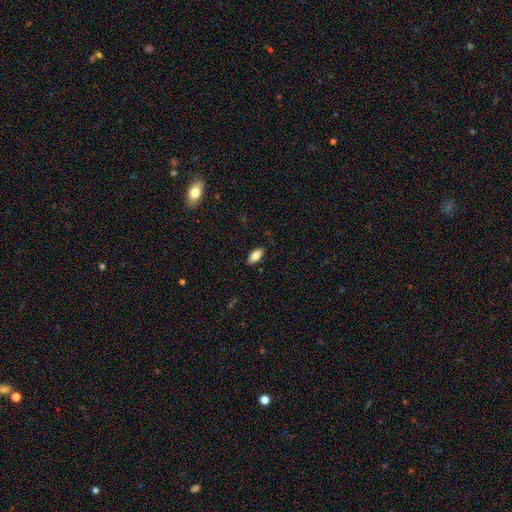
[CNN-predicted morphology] The model was most divided on "merging": none: 85%, minor disturbance: 12%, major disturbance: 2%, merger: 1%. More confident: how rounded — in between (89%); smooth or featured — smooth (84%).